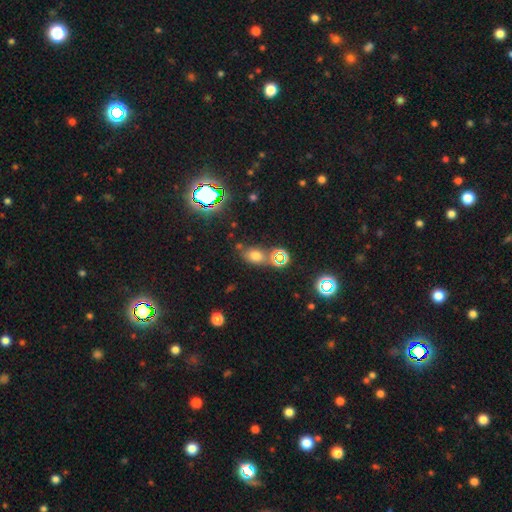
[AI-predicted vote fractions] This is likely a smooth galaxy (65%). How rounded: likely in between (66%). Merging: likely none (67%).